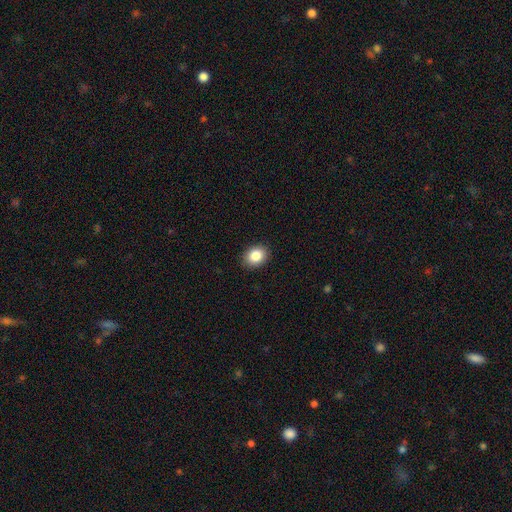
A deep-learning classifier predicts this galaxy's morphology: Smooth or featured? smooth (86%)
How rounded? in between (56%)
Merging? none (89%)